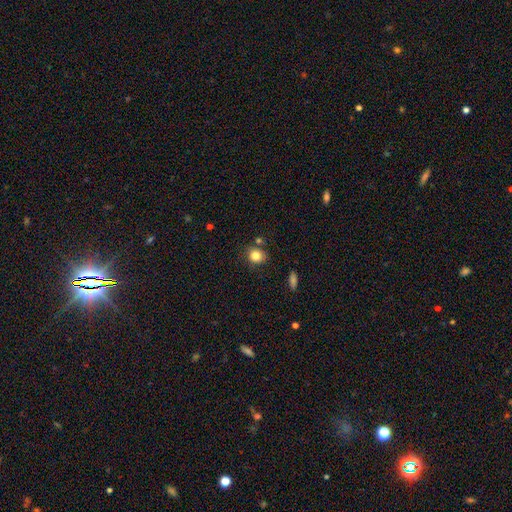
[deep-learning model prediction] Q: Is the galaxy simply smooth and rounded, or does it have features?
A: smooth — 82%.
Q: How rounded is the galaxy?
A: round — 76%.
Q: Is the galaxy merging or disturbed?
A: none — 78%.